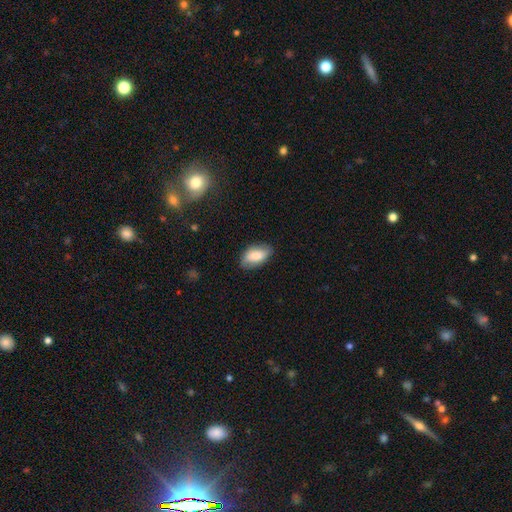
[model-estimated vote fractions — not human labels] Q: Smooth or featured?
A: smooth (77%); runner-up: featured or disk (17%)
Q: How rounded?
A: in between (93%); runner-up: round (4%)
Q: Merging?
A: none (76%); runner-up: minor disturbance (19%)